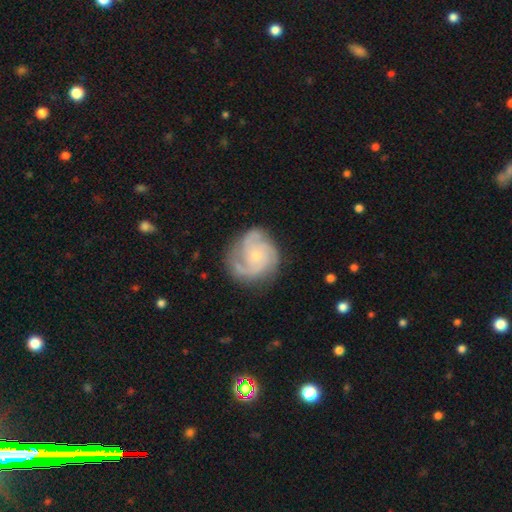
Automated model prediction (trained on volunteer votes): Smooth or featured? Predicted: featured or disk (p=0.88). Edge-on disk? Predicted: no (p=0.98). Bar? Predicted: no (p=0.77). Spiral arms? Predicted: yes (p=0.98). Spiral winding? Predicted: tight (p=0.52). Spiral arm count? Predicted: 3 (p=0.59). Bulge size? Predicted: small (p=0.76). Merging? Predicted: none (p=0.75).